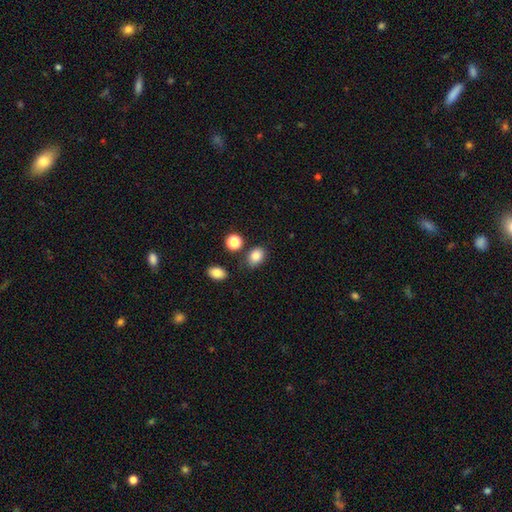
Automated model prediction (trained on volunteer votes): smooth 85%, star or artifact 10%, featured or disk 6%. Down the decision tree: how rounded — in between (71%); merging — none (74%).